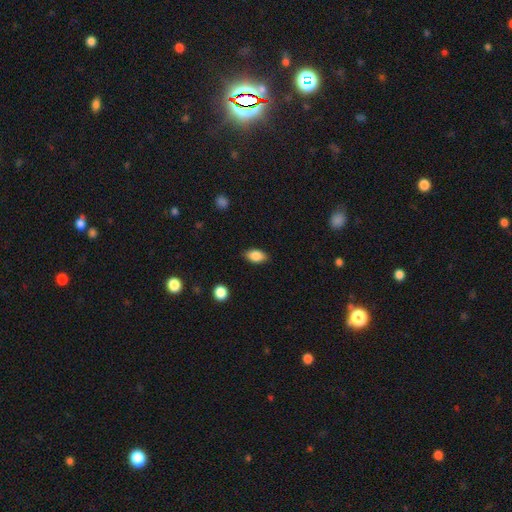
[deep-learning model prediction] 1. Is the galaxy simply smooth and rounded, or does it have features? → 85% smooth, 8% star or artifact, 7% featured or disk.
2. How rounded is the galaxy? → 89% in between, 8% round, 3% cigar-shaped.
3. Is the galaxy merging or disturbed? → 84% none, 12% minor disturbance, 3% major disturbance, 1% merger.